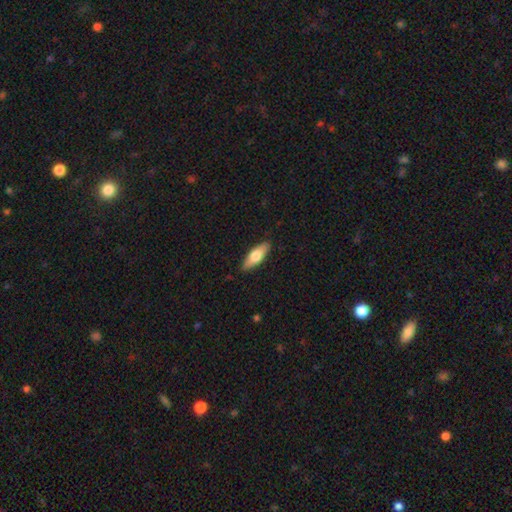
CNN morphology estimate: Overall: smooth (69%). How rounded: in between (62%; cigar-shaped 36%). Merging: none (87%).